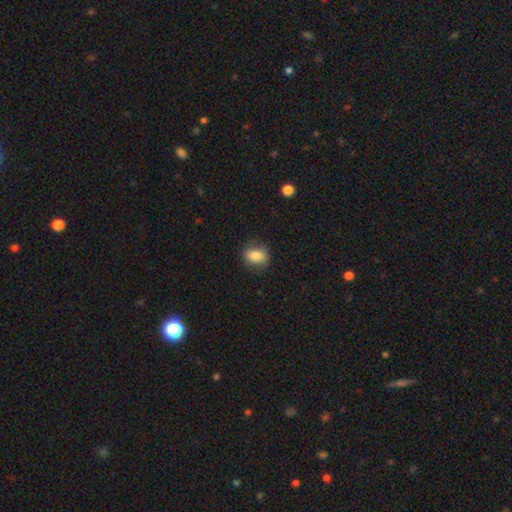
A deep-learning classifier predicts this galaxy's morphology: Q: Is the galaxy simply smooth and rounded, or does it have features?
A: smooth — 78%.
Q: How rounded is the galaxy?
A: in between — 58%.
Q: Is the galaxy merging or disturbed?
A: none — 82%.